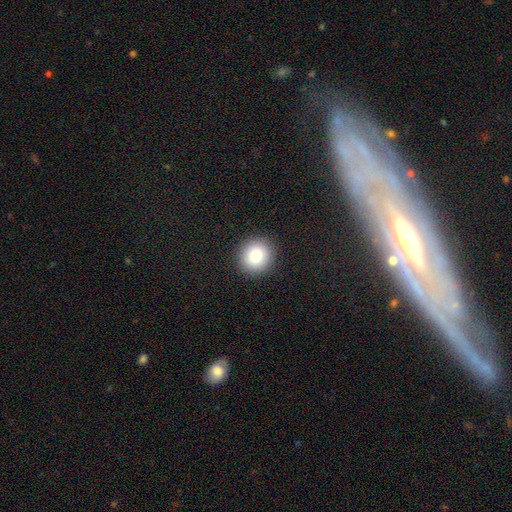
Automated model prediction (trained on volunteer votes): Overall: smooth (82%). How rounded: round (91%). Merging: none (92%).